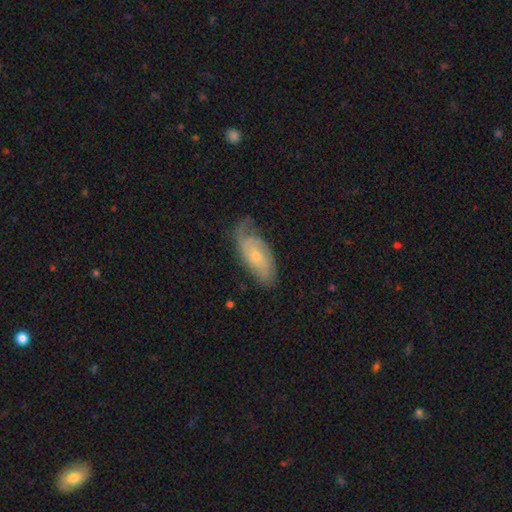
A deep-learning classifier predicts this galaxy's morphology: This is likely a featured or disk galaxy (71%). It is clearly not viewed edge-on (93%). Bar: likely no (71%). Spiral arm pattern: clearly yes (91%). Spiral arm count: marginally 2 (43%). Spiral winding: possibly tight (46%). Central bulge: likely small (63%). Merging: possibly none (60%).